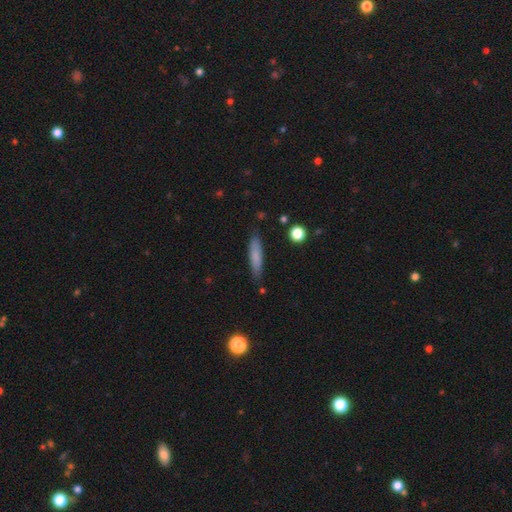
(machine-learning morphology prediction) A smooth galaxy with no disk features (78%) that is cigar-shaped (85%).

Vote fractions:
- Smooth or featured? smooth: 78% / featured or disk: 15% / star or artifact: 7%
- How rounded? cigar-shaped: 85% / in between: 14% / round: 2%
- Merging? none: 85% / minor disturbance: 11% / major disturbance: 2% / merger: 2%